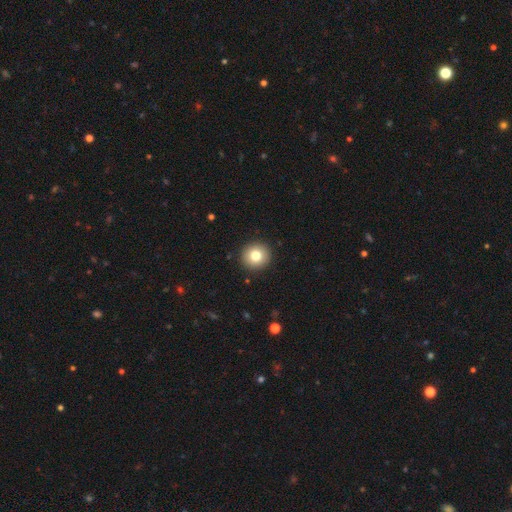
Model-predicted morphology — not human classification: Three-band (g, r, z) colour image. It shows a smooth galaxy with no disk features (79%) that is round (94%). Merging: none (93%).